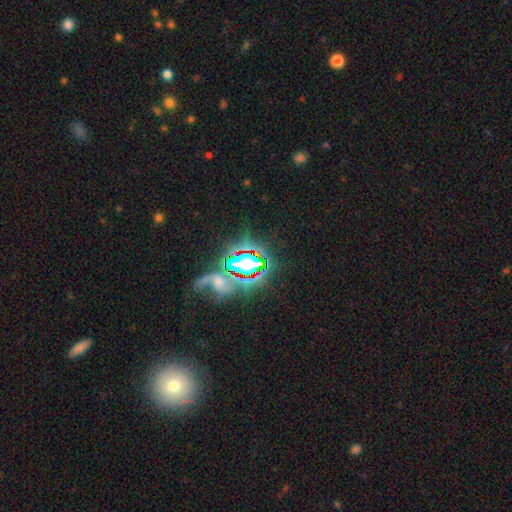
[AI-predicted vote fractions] Smooth or featured?
  - star or artifact: 80% *
  - smooth: 12%
  - featured or disk: 9%